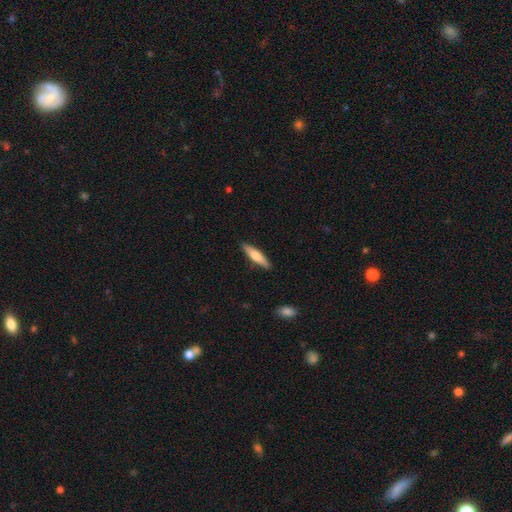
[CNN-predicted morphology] The model was most divided on "smooth or featured": smooth: 61%, featured or disk: 34%, star or artifact: 5%. More confident: merging — none (90%); how rounded — cigar-shaped (79%).